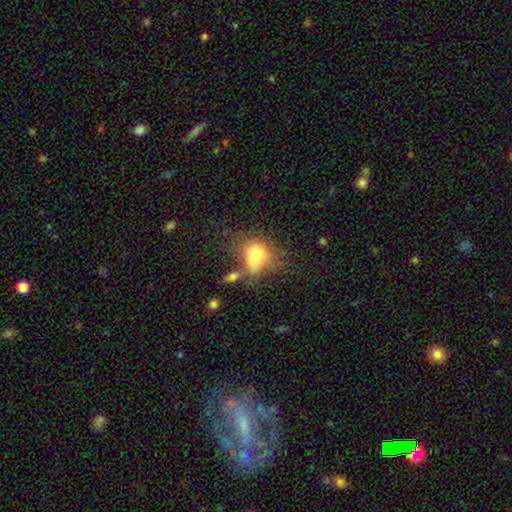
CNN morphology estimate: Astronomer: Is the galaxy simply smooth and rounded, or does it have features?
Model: smooth — 62%.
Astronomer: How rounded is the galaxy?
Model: in between — 68%.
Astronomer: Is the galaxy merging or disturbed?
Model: merger — 33% (runner-up: major disturbance, 25%).